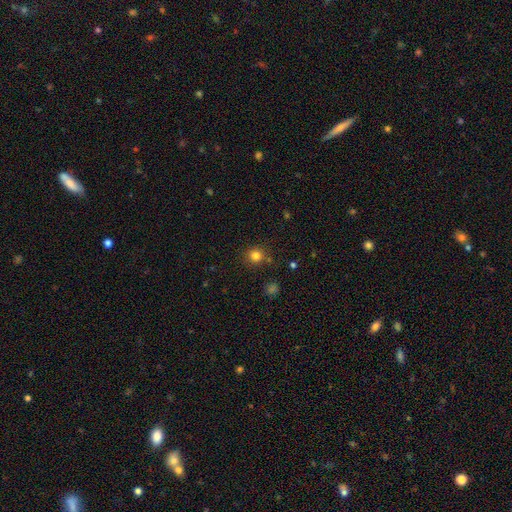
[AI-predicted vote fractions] Morphology: type=smooth (80%); roundness=round (92%); merging=none (86%).